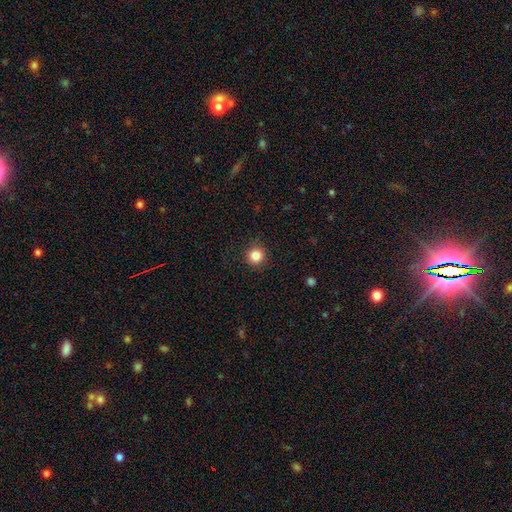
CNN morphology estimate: This is clearly a smooth galaxy (84%). How rounded: clearly round (95%). Merging: clearly none (91%).